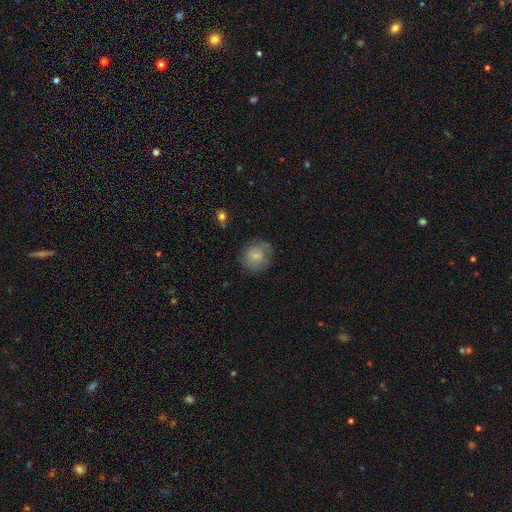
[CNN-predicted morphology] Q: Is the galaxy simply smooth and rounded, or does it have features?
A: smooth — 70%.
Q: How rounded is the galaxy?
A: round — 82%.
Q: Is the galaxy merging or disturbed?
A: none — 65%.